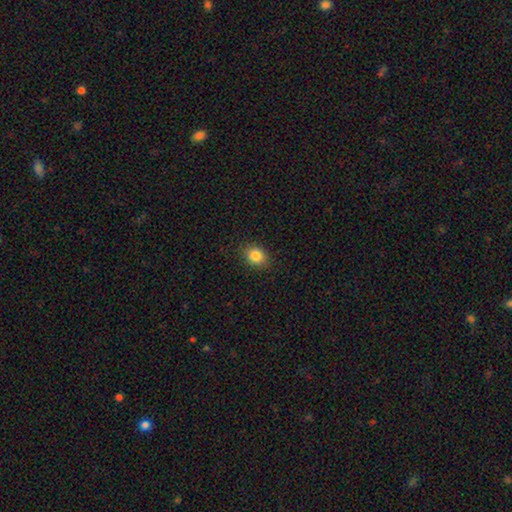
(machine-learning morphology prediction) This is clearly a smooth galaxy (85%). How rounded: possibly round (53%). Merging: clearly none (88%).